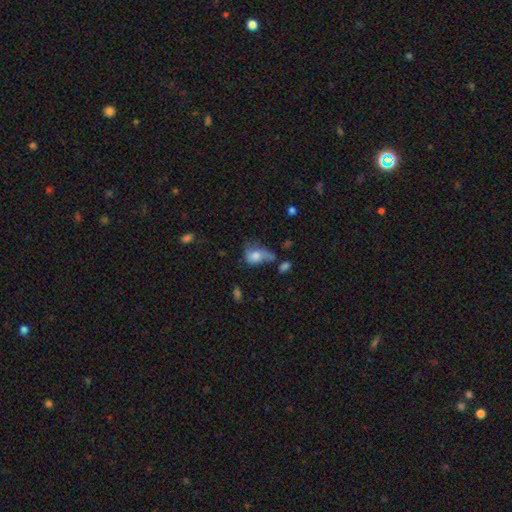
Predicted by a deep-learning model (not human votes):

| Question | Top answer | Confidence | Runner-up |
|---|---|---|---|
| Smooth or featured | smooth | 65% | featured or disk (24%) |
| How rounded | in between | 74% | round (24%) |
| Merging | major disturbance | 35% | minor disturbance (26%) |